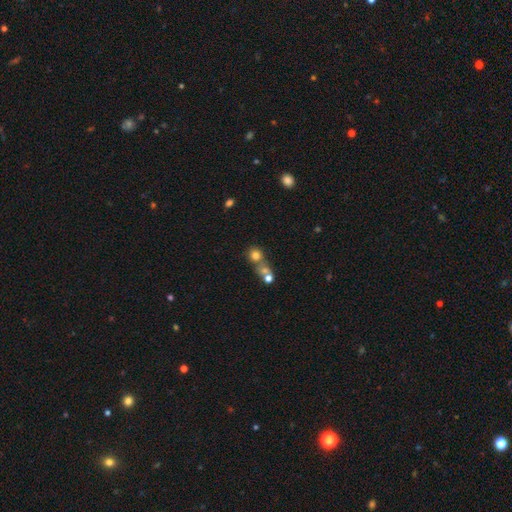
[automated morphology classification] smooth 72%, star or artifact 16%, featured or disk 12%. Down the decision tree: how rounded — round (85%); merging — none (43%, tied with merger).